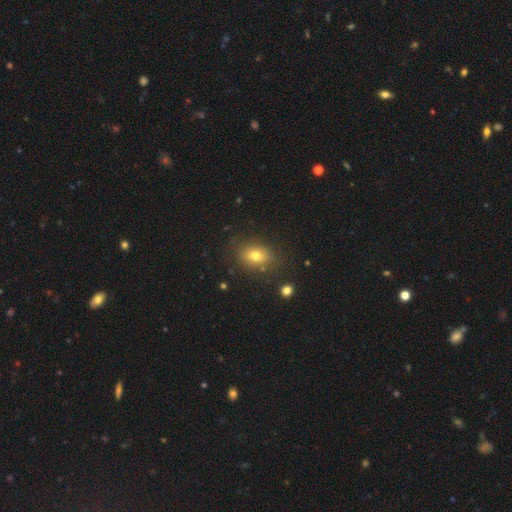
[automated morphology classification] smooth_or_featured: smooth (p=0.74) [alt: star or artifact p=0.13]
how_rounded: in between (p=0.67) [alt: round p=0.32]
merging: none (p=0.81) [alt: minor disturbance p=0.12]